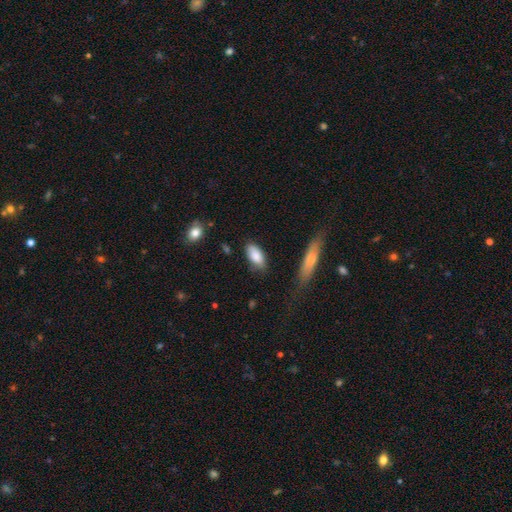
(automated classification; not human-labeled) Smooth or featured: smooth — 86% (featured or disk — 8%)
How rounded: in between — 90% (cigar-shaped — 7%)
Merging: none — 75% (minor disturbance — 19%)